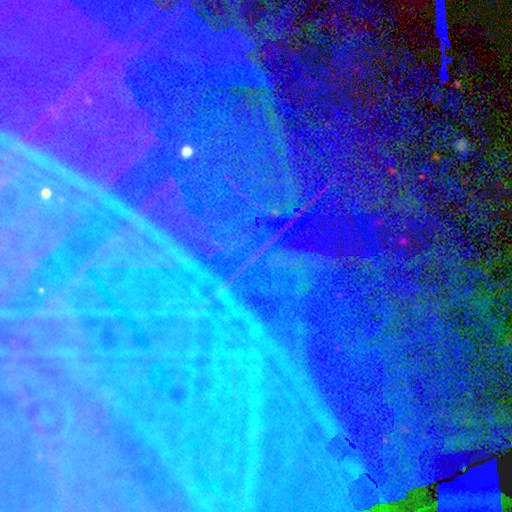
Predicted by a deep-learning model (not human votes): Q: Smooth or featured?
A: star or artifact (85%); runner-up: featured or disk (8%)